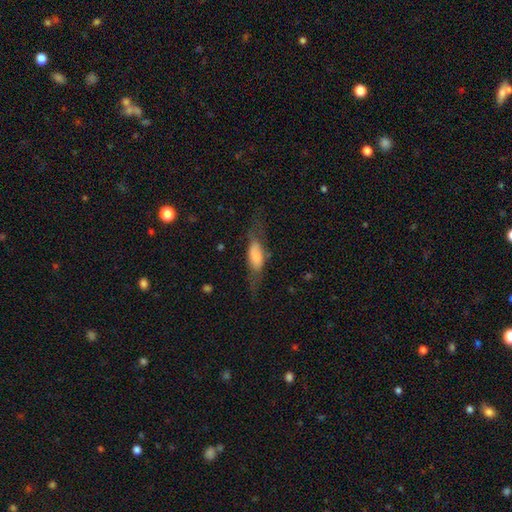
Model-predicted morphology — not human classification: A smooth galaxy with no disk features (57%) that is in between round and cigar-shaped (61%).

Vote fractions:
- Smooth or featured? smooth: 57% / featured or disk: 36% / star or artifact: 7%
- How rounded? in between: 61% / cigar-shaped: 36% / round: 3%
- Merging? none: 53% / minor disturbance: 25% / major disturbance: 20% / merger: 2%